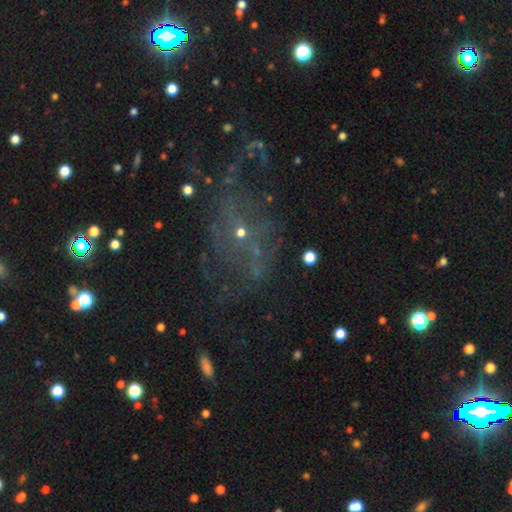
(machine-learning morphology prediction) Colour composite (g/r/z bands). It shows a featured or disk galaxy (51%). Merging: none (46%).